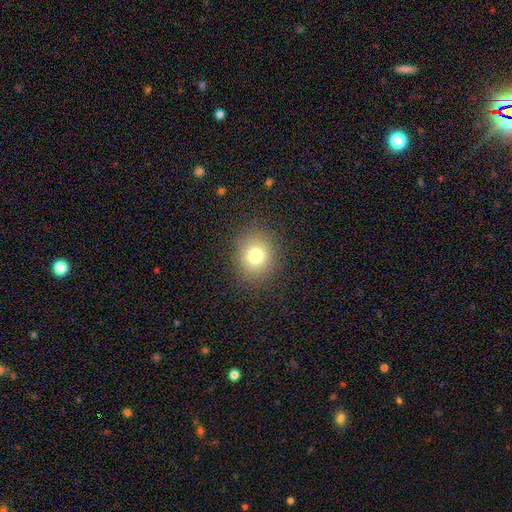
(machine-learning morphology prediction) Overall: smooth (76%). How rounded: round (78%). Merging: none (87%).